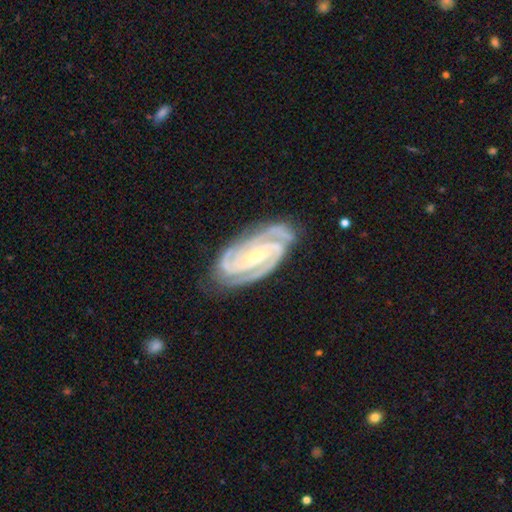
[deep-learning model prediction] Q: Smooth or featured?
A: featured or disk (93%); runner-up: star or artifact (4%)
Q: Edge-on disk?
A: no (97%); runner-up: yes (3%)
Q: Bar?
A: strong (34%); tied with: weak (34%)
Q: Spiral arms?
A: yes (99%); runner-up: no (1%)
Q: Spiral winding?
A: tight (76%); runner-up: medium (22%)
Q: Spiral arm count?
A: 3 (43%); runner-up: 2 (28%)
Q: Bulge size?
A: small (69%); runner-up: moderate (28%)
Q: Merging?
A: none (80%); runner-up: minor disturbance (15%)